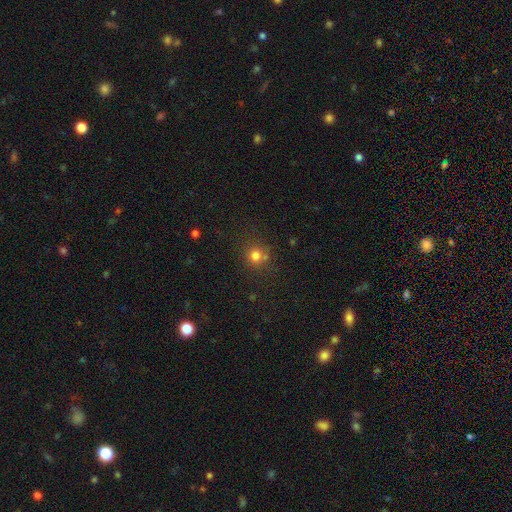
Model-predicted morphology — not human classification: This appears to be a smooth galaxy with no disk features (77%) that is round (90%). Merging: none (73%).